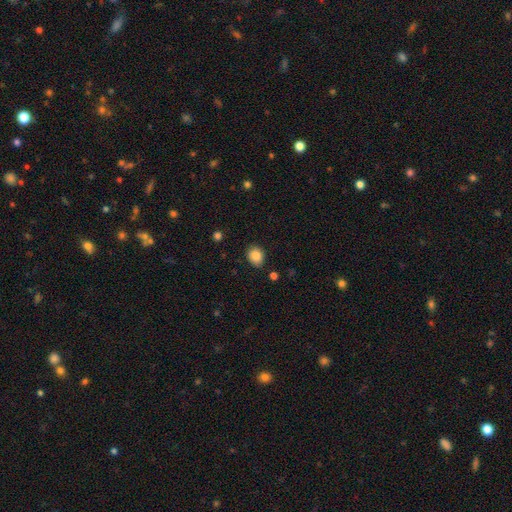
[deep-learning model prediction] Smooth or featured? Predicted: smooth (p=0.87). How rounded? Predicted: in between (p=0.52). Merging? Predicted: none (p=0.83).